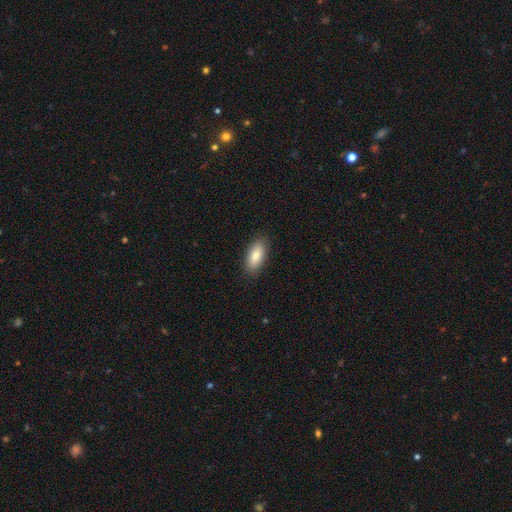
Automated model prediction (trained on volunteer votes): The model was most divided on "smooth or featured": smooth: 83%, featured or disk: 11%, star or artifact: 7%. More confident: merging — none (88%); how rounded — in between (87%).